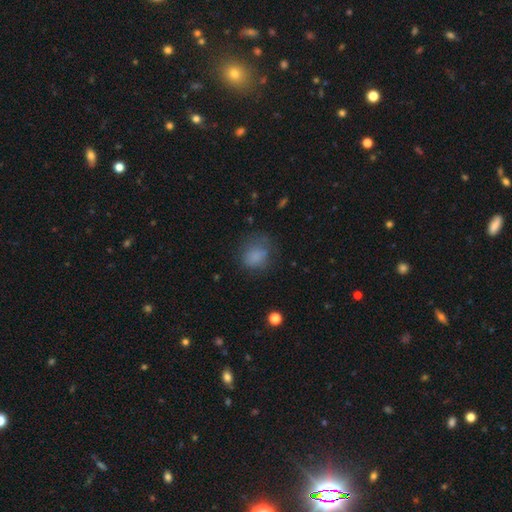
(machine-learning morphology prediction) This appears to be a smooth galaxy with no disk features (77%) that is round (63%). Merging: none (58%).